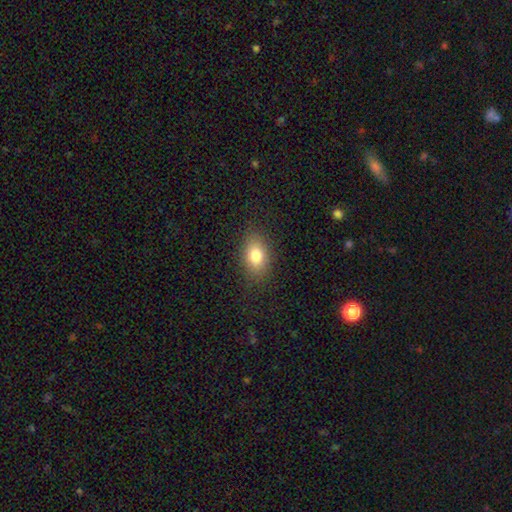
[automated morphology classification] A smooth galaxy with no disk features (79%) that is in between round and cigar-shaped (82%).

Vote fractions:
- Smooth or featured? smooth: 79% / featured or disk: 11% / star or artifact: 10%
- How rounded? in between: 82% / round: 16% / cigar-shaped: 2%
- Merging? none: 84% / minor disturbance: 11% / major disturbance: 4% / merger: 1%